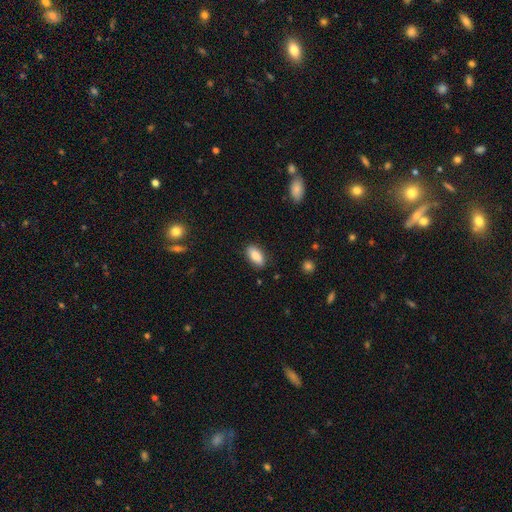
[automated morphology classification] This appears to be a smooth galaxy with no disk features (86%) that is in between round and cigar-shaped (87%). Merging: none (86%).